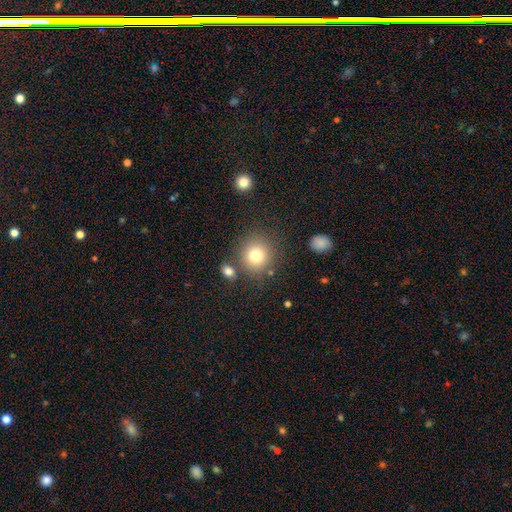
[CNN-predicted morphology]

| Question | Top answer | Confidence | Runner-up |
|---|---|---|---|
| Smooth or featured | smooth | 79% | star or artifact (12%) |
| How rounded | round | 89% | in between (10%) |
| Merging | none | 80% | minor disturbance (9%) |